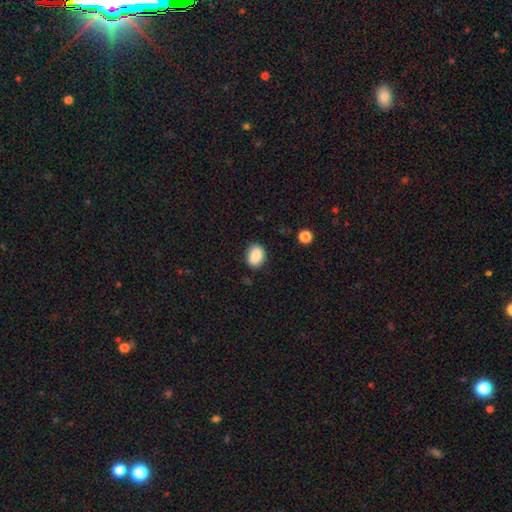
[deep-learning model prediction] Q: Smooth or featured?
A: smooth (87%); runner-up: star or artifact (8%)
Q: How rounded?
A: in between (63%); runner-up: round (36%)
Q: Merging?
A: none (84%); runner-up: minor disturbance (12%)